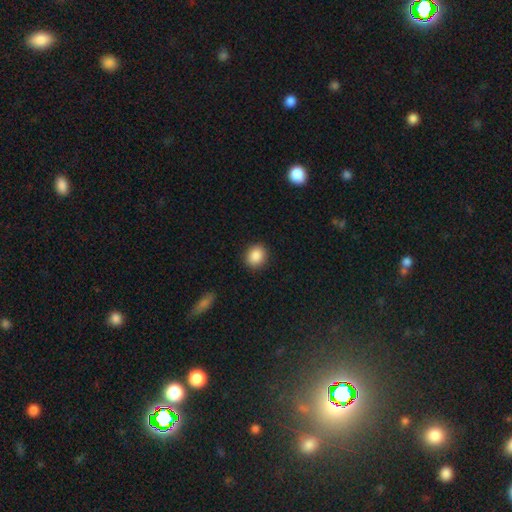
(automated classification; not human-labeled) Q: Smooth or featured?
A: smooth (88%); runner-up: star or artifact (8%)
Q: How rounded?
A: round (71%); runner-up: in between (28%)
Q: Merging?
A: none (90%); runner-up: minor disturbance (7%)